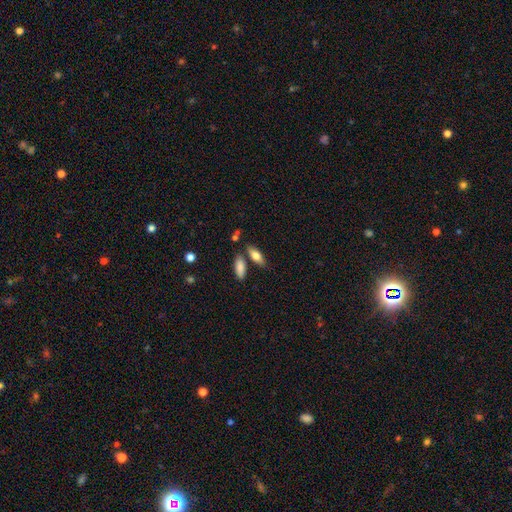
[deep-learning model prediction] smooth-or-featured: smooth: 77% | featured or disk: 17% | star or artifact: 6%
  how-rounded: in between: 67% | cigar-shaped: 31% | round: 3%
  merging: none: 70% | merger: 14% | minor disturbance: 13% | major disturbance: 3%